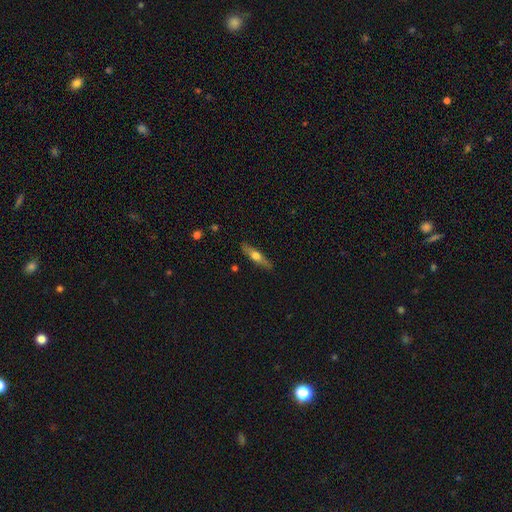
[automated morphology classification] A featured or disk galaxy (55%) viewed edge-on (91%). Merging: none (88%).